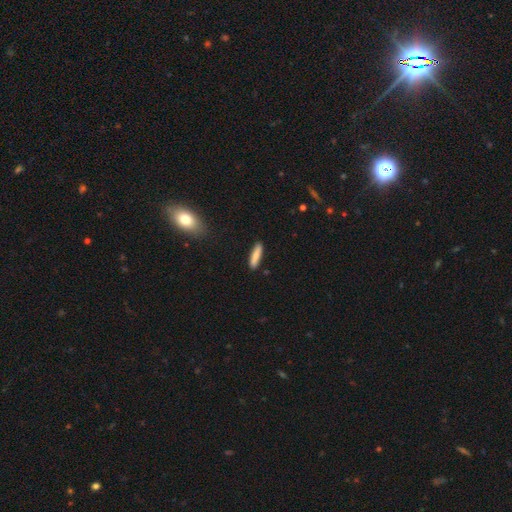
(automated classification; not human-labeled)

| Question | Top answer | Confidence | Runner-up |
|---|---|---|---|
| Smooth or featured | smooth | 80% | featured or disk (14%) |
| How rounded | cigar-shaped | 82% | in between (16%) |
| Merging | none | 89% | minor disturbance (8%) |